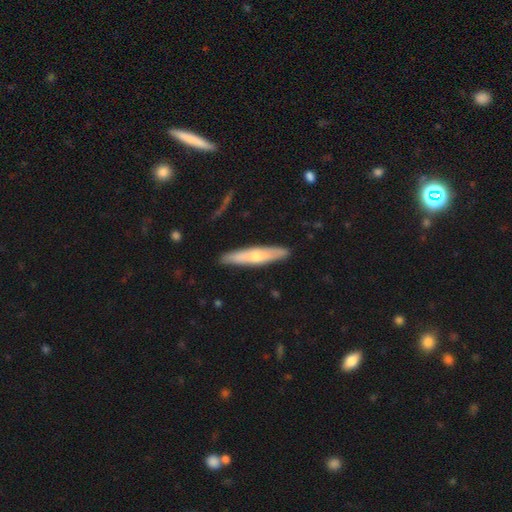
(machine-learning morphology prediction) A smooth galaxy with no disk features (50%) that is cigar-shaped (86%). Merging: none (88%).